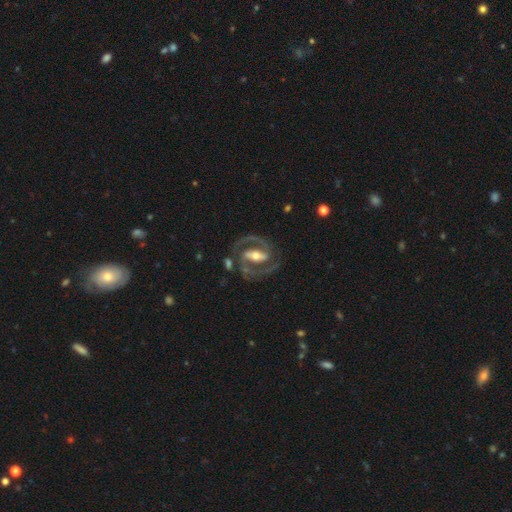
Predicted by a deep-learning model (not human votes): Overall: featured or disk (90%). Edge-on disk: no (97%). Bar: strong (65%). Spiral arms: yes (96%). Spiral arm count: 2 (92%). Spiral winding: medium (54%; tight 36%). Bulge size: moderate (64%; small 26%). Merging: none (77%).